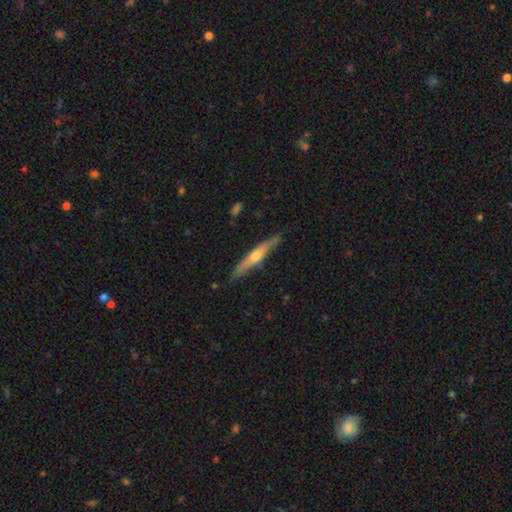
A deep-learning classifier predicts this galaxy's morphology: featured or disk 62%, smooth 32%, star or artifact 6%. Down the decision tree: edge-on disk — yes (94%); edge-on bulge — rounded (86%); merging — none (87%).